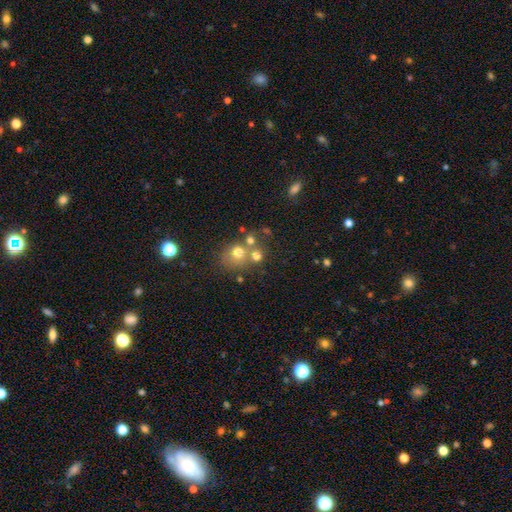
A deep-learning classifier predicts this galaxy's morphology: smooth_or_featured: smooth (p=0.64) [alt: star or artifact p=0.19]
how_rounded: round (p=0.79) [alt: in between p=0.20]
merging: none (p=0.49) [alt: merger p=0.37]